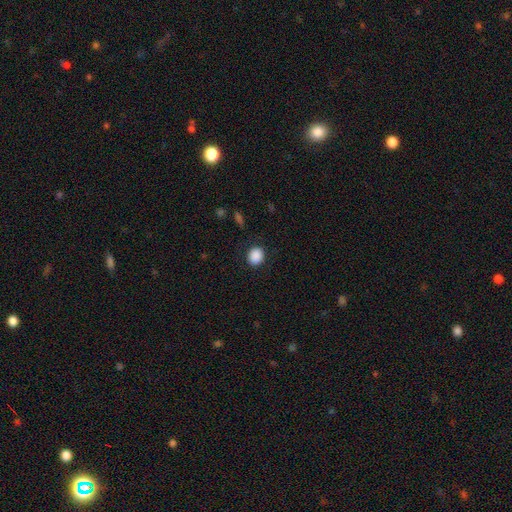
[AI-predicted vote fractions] The model was most divided on "how rounded": round: 69%, in between: 30%, cigar-shaped: 1%. More confident: smooth or featured — smooth (89%); merging — none (89%).